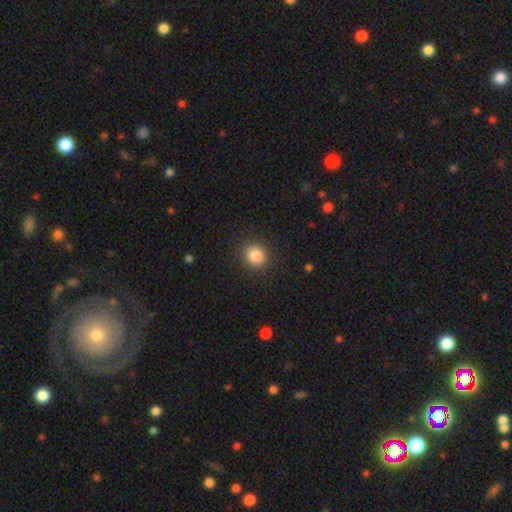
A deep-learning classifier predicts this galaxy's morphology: Smooth or featured? smooth (86%)
How rounded? round (77%)
Merging? none (88%)